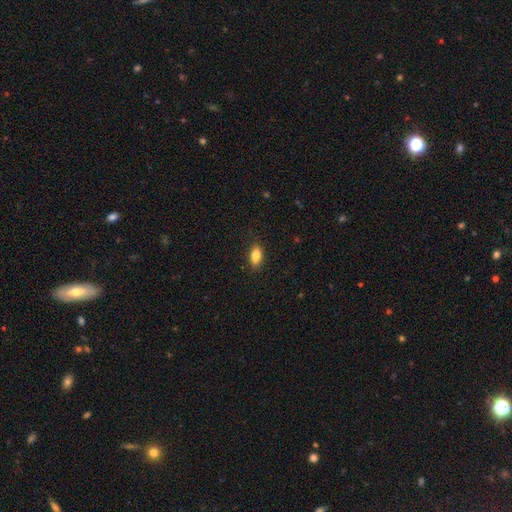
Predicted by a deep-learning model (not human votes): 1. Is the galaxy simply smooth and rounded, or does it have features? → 85% smooth, 8% star or artifact, 7% featured or disk.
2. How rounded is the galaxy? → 88% in between, 6% cigar-shaped, 6% round.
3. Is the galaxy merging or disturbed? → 87% none, 10% minor disturbance, 2% major disturbance, 1% merger.